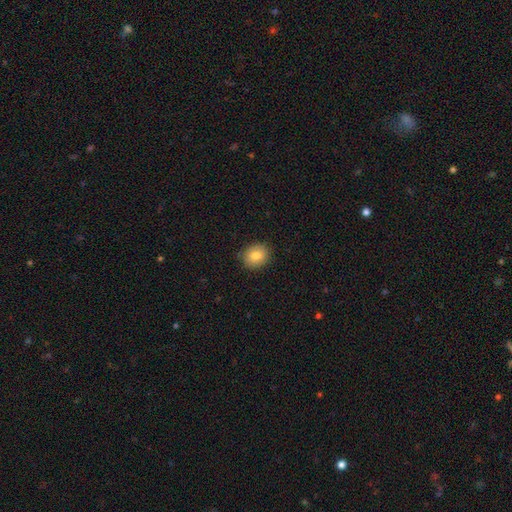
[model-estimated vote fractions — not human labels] Overall: smooth (81%). How rounded: round (60%; in between 39%). Merging: none (86%).